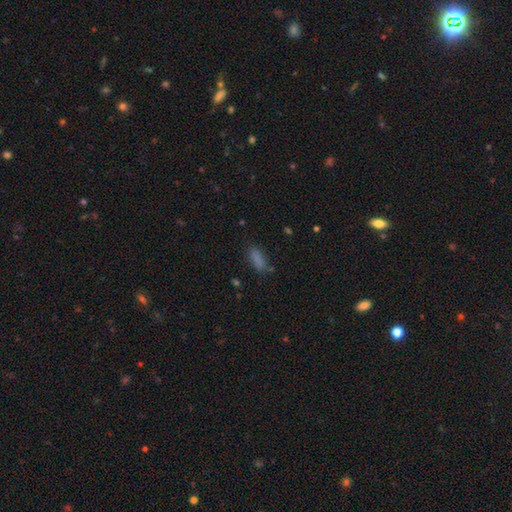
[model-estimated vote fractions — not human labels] Smooth or featured? smooth (75%)
How rounded? in between (60%)
Merging? none (76%)